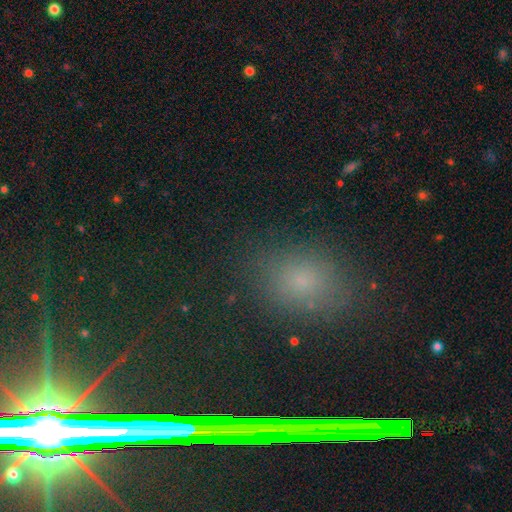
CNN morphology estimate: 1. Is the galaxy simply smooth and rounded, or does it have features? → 47% smooth, 42% star or artifact, 11% featured or disk.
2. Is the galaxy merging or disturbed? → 87% none, 8% minor disturbance, 3% major disturbance, 2% merger.